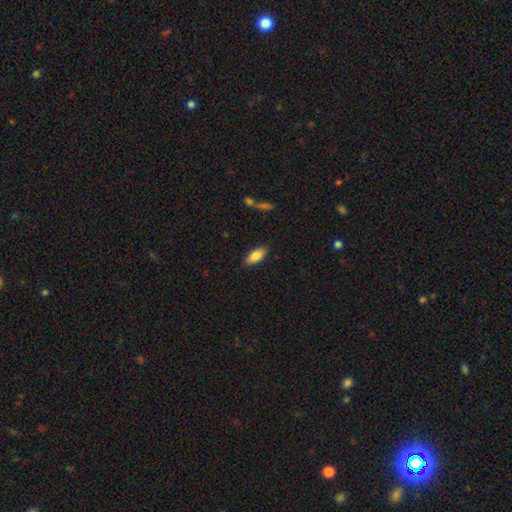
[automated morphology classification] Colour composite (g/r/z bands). It shows a smooth galaxy with no disk features (85%) that is in between round and cigar-shaped (82%). Merging: none (86%).